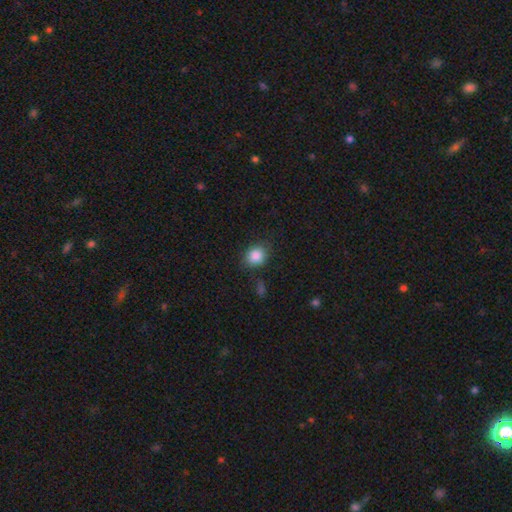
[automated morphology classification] smooth-or-featured: smooth: 86% | star or artifact: 9% | featured or disk: 5%
  how-rounded: round: 66% | in between: 33% | cigar-shaped: 1%
  merging: none: 78% | minor disturbance: 14% | major disturbance: 4% | merger: 3%